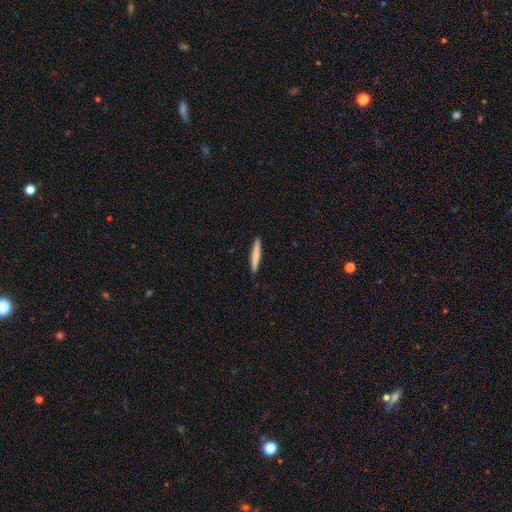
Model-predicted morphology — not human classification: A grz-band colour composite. It shows a smooth galaxy with no disk features (75%) that is cigar-shaped (95%). Merging: none (92%).